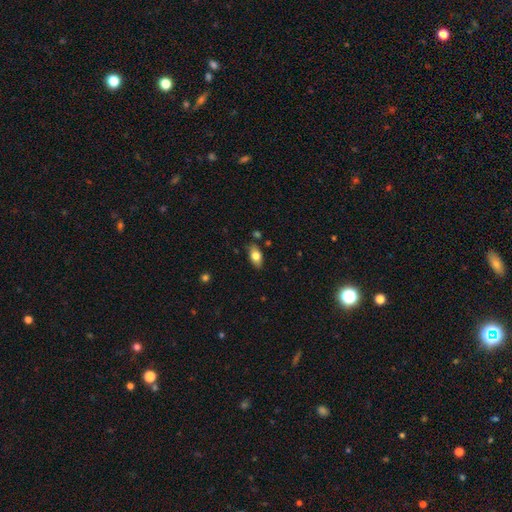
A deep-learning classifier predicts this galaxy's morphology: Smooth or featured: smooth — 76% (featured or disk — 16%)
How rounded: in between — 89% (cigar-shaped — 5%)
Merging: none — 81% (minor disturbance — 13%)